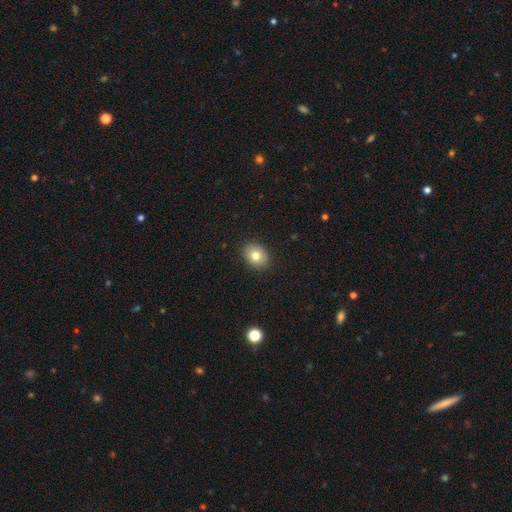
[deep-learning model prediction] smooth_or_featured: smooth (p=0.80) [alt: featured or disk p=0.10]
how_rounded: in between (p=0.56) [alt: round p=0.43]
merging: none (p=0.90) [alt: minor disturbance p=0.07]